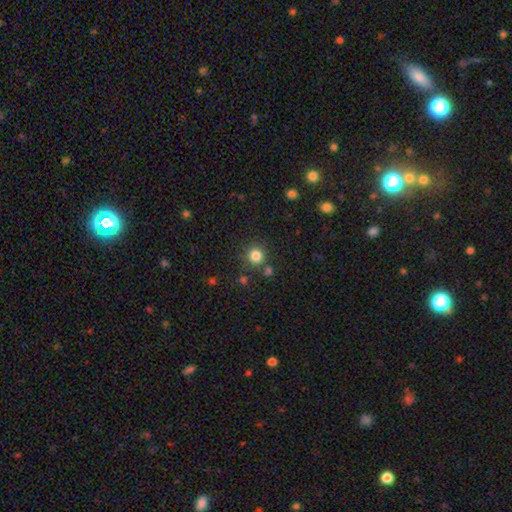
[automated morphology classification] The model was most divided on "smooth or featured": smooth: 82%, star or artifact: 13%, featured or disk: 5%. More confident: how rounded — round (92%); merging — none (79%).